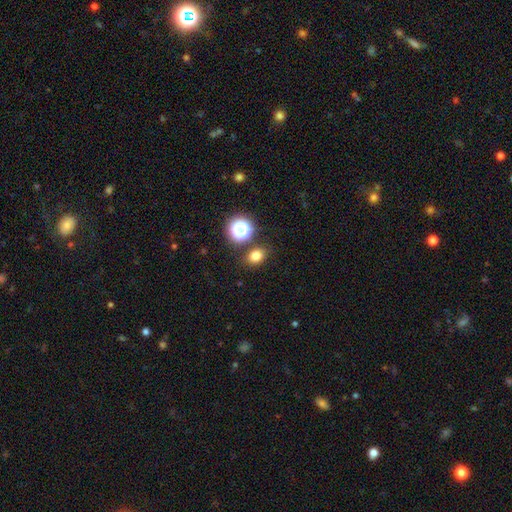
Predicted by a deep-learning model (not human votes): Q: Smooth or featured?
A: smooth (76%); runner-up: star or artifact (17%)
Q: How rounded?
A: in between (52%); runner-up: round (46%)
Q: Merging?
A: none (81%); runner-up: minor disturbance (9%)